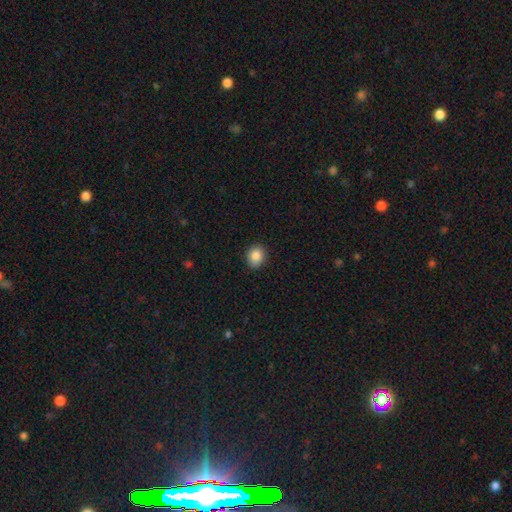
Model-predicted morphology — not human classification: Smooth or featured?
  - smooth: 86% *
  - star or artifact: 9%
  - featured or disk: 5%
How rounded?
  - round: 69% *
  - in between: 30%
  - cigar-shaped: 1%
Merging?
  - none: 89% *
  - minor disturbance: 8%
  - major disturbance: 2%
  - merger: 1%